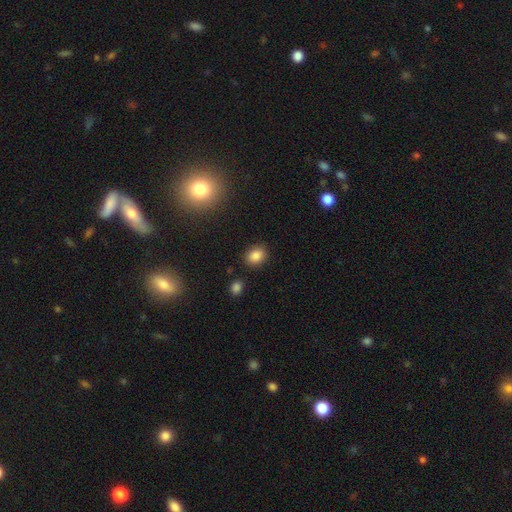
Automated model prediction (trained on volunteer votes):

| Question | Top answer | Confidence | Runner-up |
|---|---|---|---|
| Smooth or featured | smooth | 85% | star or artifact (10%) |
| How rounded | in between | 55% | round (43%) |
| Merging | none | 85% | minor disturbance (10%) |